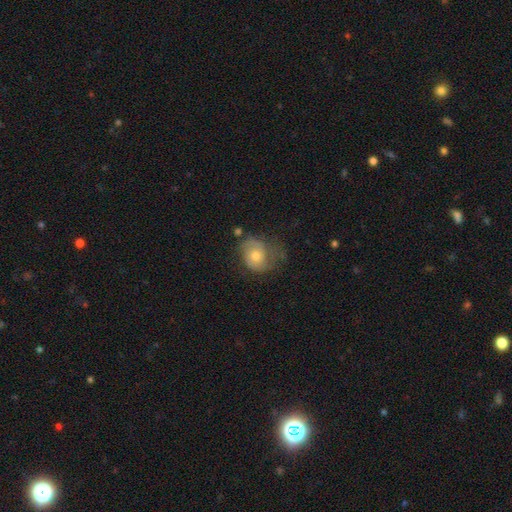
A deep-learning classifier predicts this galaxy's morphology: smooth 46%, featured or disk 45%, star or artifact 9%. Down the decision tree: merging — none (43%).